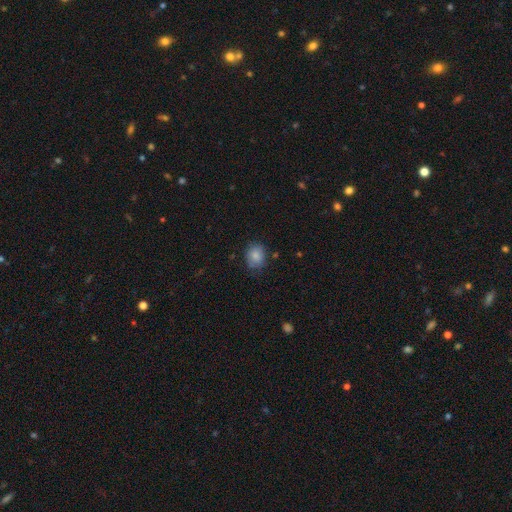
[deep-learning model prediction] A smooth galaxy with no disk features (84%) that is round (60%).

Vote fractions:
- Smooth or featured? smooth: 84% / star or artifact: 9% / featured or disk: 8%
- How rounded? round: 60% / in between: 40% / cigar-shaped: 1%
- Merging? none: 74% / minor disturbance: 20% / major disturbance: 5% / merger: 2%